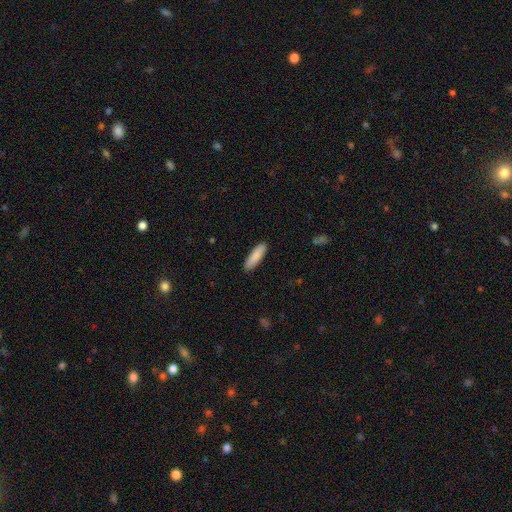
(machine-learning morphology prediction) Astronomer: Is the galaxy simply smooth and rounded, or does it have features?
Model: smooth — 88%.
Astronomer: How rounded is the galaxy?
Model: cigar-shaped — 66%.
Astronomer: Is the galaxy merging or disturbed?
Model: none — 90%.